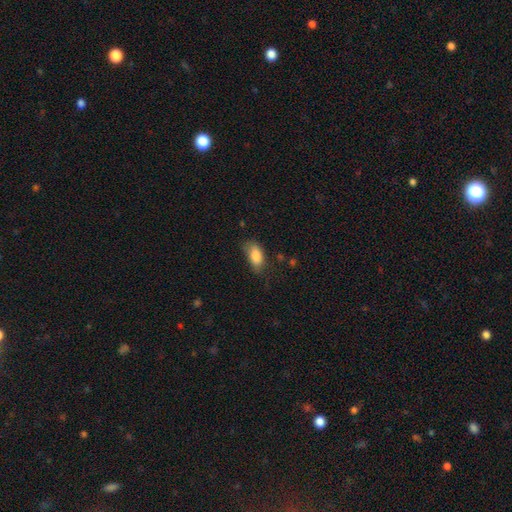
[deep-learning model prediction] smooth 85%, star or artifact 7%, featured or disk 7%. Down the decision tree: how rounded — in between (90%); merging — none (55%).